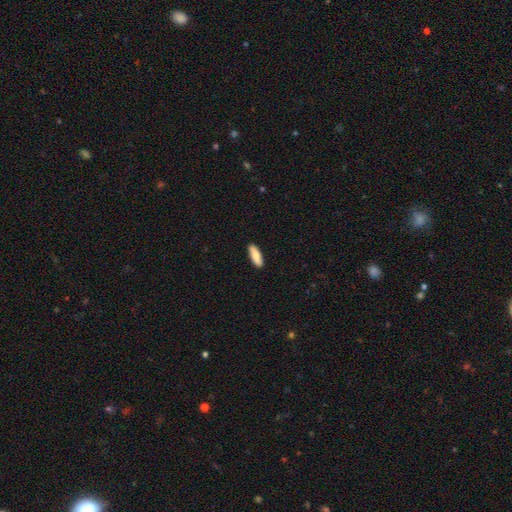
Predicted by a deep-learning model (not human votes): The model was most divided on "how rounded": in between: 51%, cigar-shaped: 47%, round: 2%. More confident: merging — none (89%); smooth or featured — smooth (82%).